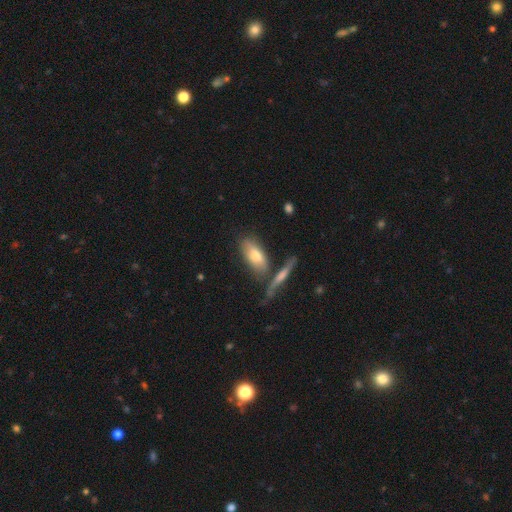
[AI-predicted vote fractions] The model was most divided on "merging": none: 58%, merger: 19%, minor disturbance: 17%, major disturbance: 6%. More confident: how rounded — in between (74%); smooth or featured — smooth (67%).